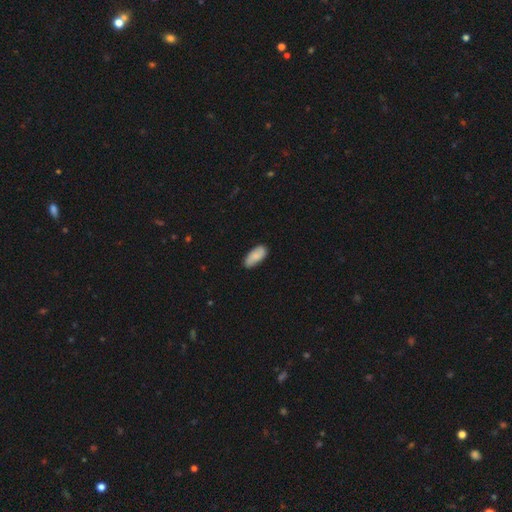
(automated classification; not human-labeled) Smooth or featured? Predicted: smooth (p=0.81). How rounded? Predicted: in between (p=0.86). Merging? Predicted: none (p=0.82).